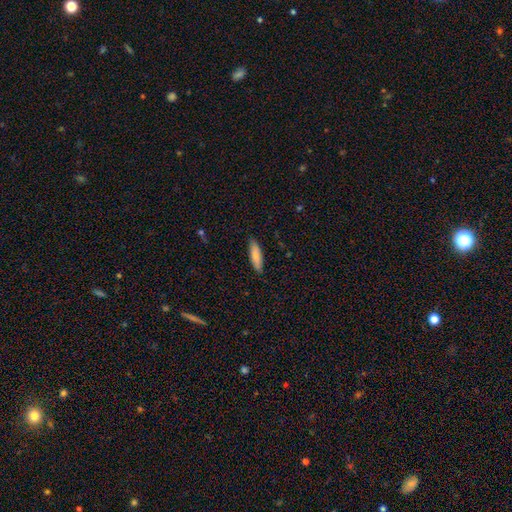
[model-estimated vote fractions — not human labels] smooth_or_featured: smooth (p=0.84) [alt: featured or disk p=0.11]
how_rounded: cigar-shaped (p=0.60) [alt: in between p=0.38]
merging: none (p=0.88) [alt: minor disturbance p=0.10]